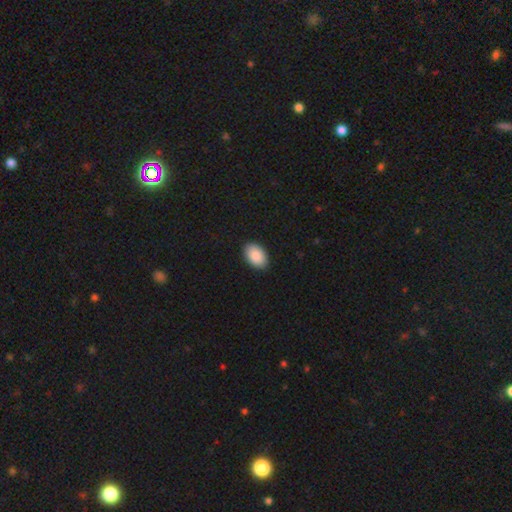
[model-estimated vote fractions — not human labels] A smooth galaxy with no disk features (90%) that is in between round and cigar-shaped (92%). Merging: none (89%).